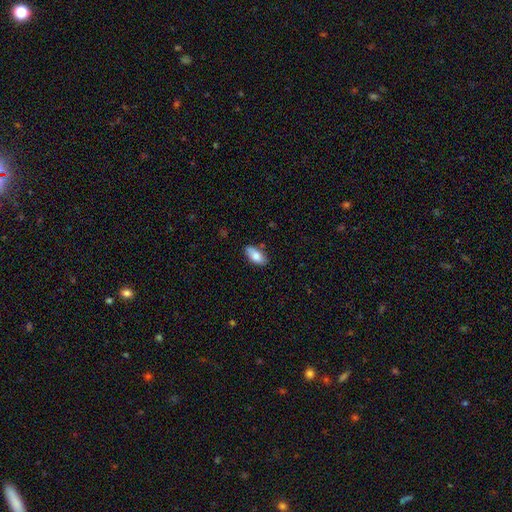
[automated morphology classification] Overall: smooth (79%). How rounded: in between (90%). Merging: none (77%).